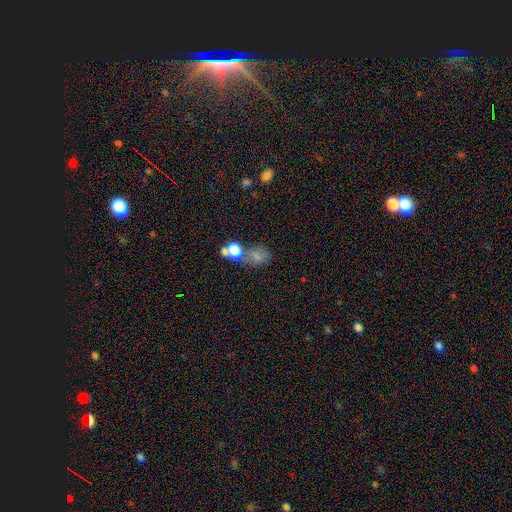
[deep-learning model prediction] Smooth or featured?
  - smooth: 64% *
  - star or artifact: 21%
  - featured or disk: 15%
How rounded?
  - in between: 67% *
  - round: 31%
  - cigar-shaped: 2%
Merging?
  - none: 39% *
  - merger: 31%
  - minor disturbance: 16%
  - major disturbance: 14%